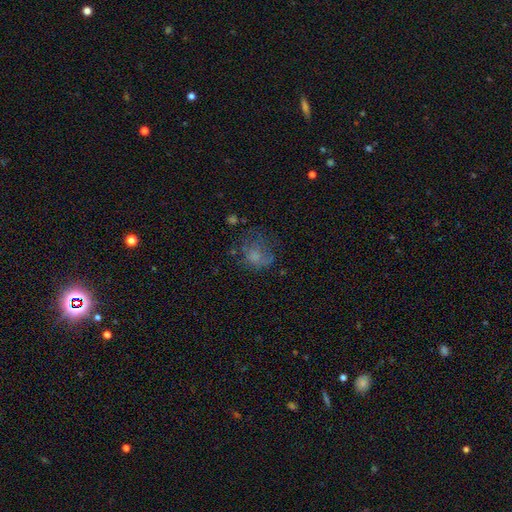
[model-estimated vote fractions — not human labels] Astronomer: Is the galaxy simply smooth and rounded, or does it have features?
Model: smooth — 58%.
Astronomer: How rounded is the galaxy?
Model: round — 61% (runner-up: in between, 37%).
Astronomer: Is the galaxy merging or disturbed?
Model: none — 39% (runner-up: major disturbance, 35%).